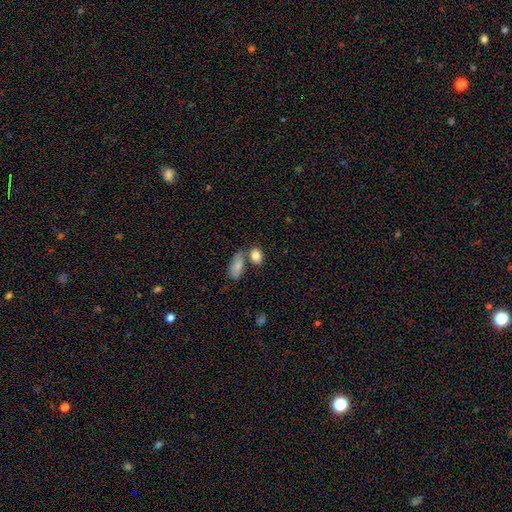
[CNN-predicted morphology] A smooth galaxy with no disk features (84%) that is in between round and cigar-shaped (78%). Merging: none (57%).